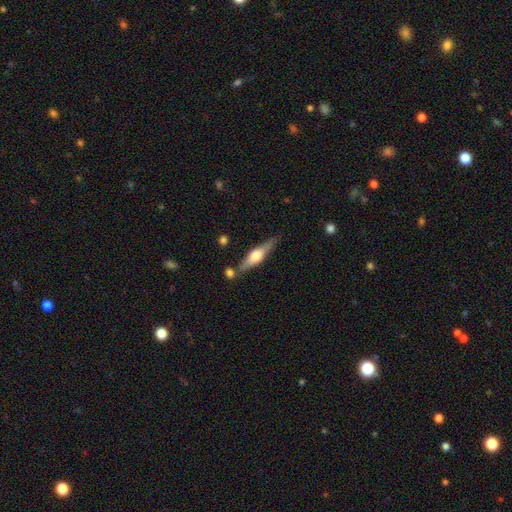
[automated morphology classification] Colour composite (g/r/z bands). It shows a featured or disk galaxy (65%) viewed edge-on (96%) with a rounded central bulge (90%). Merging: none (77%).